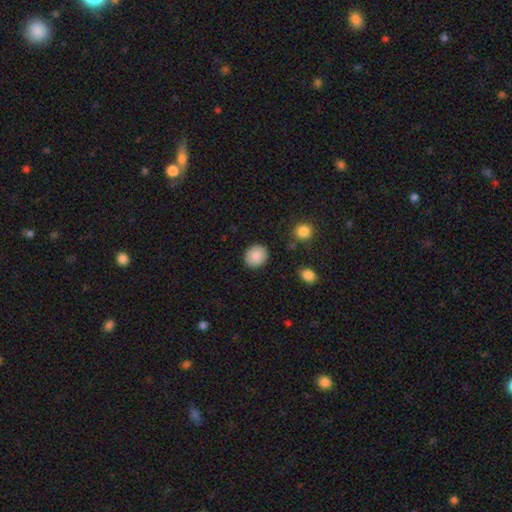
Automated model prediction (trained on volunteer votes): The model was most divided on "how rounded": round: 76%, in between: 23%, cigar-shaped: 1%. More confident: merging — none (89%); smooth or featured — smooth (87%).